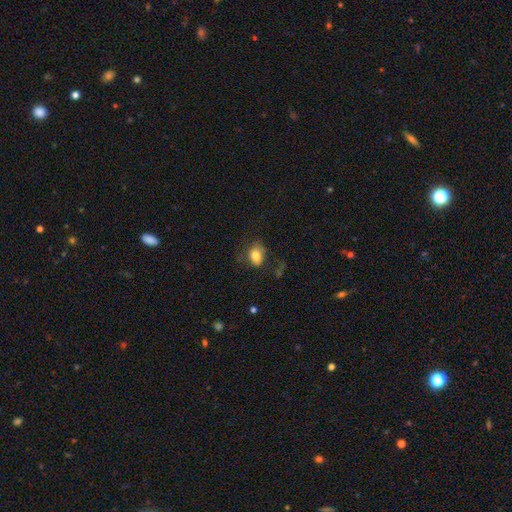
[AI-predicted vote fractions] Smooth or featured? smooth (80%)
How rounded? in between (71%)
Merging? none (61%)